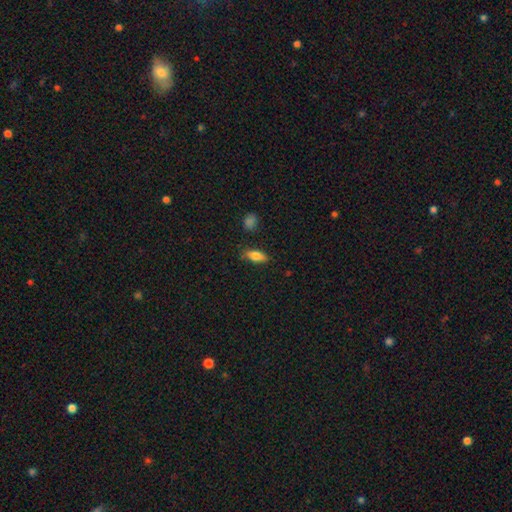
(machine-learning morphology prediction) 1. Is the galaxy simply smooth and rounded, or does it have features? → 77% smooth, 15% featured or disk, 8% star or artifact.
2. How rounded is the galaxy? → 75% in between, 21% cigar-shaped, 3% round.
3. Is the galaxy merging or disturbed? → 81% none, 14% minor disturbance, 3% major disturbance, 2% merger.